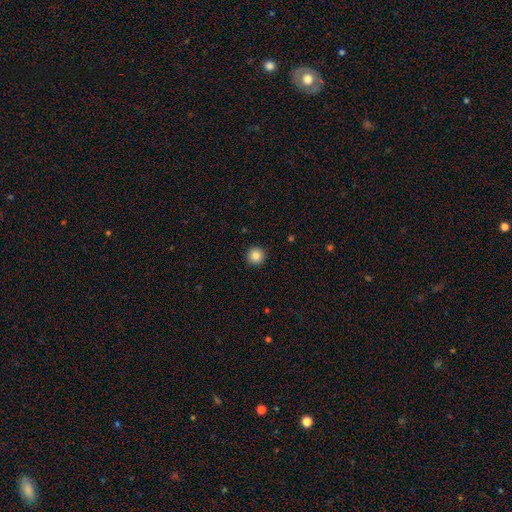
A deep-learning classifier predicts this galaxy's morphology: smooth_or_featured: smooth (p=0.85) [alt: star or artifact p=0.10]
how_rounded: round (p=0.96) [alt: in between p=0.03]
merging: none (p=0.93) [alt: minor disturbance p=0.04]